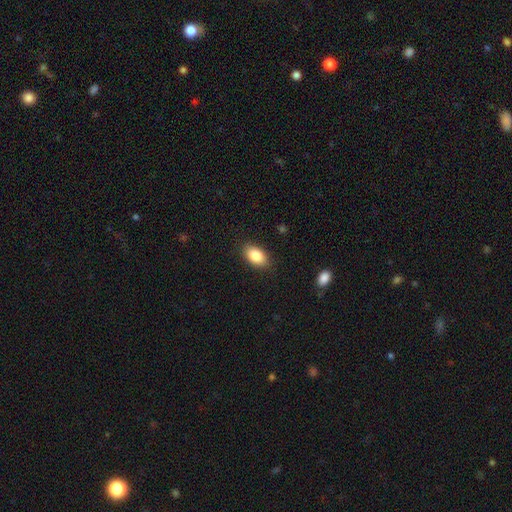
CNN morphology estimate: smooth_or_featured: smooth (p=0.87) [alt: star or artifact p=0.07]
how_rounded: in between (p=0.92) [alt: round p=0.06]
merging: none (p=0.87) [alt: minor disturbance p=0.09]